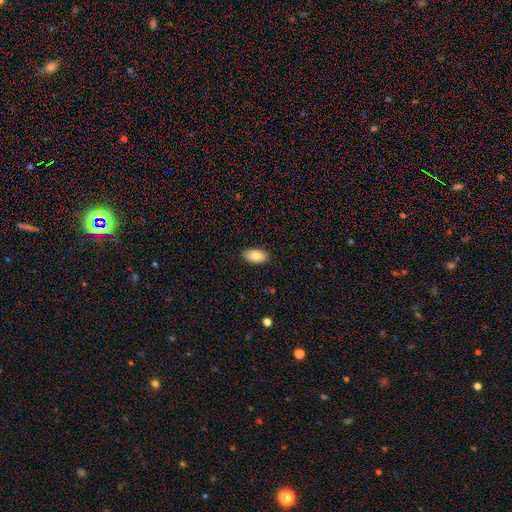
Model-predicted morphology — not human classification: Q: Smooth or featured?
A: smooth (83%); runner-up: featured or disk (10%)
Q: How rounded?
A: in between (94%); runner-up: round (3%)
Q: Merging?
A: none (88%); runner-up: minor disturbance (9%)